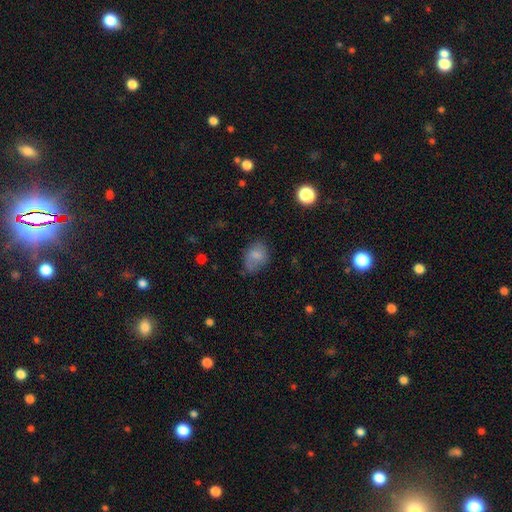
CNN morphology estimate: A smooth galaxy with no disk features (76%) that is in between round and cigar-shaped (70%).

Vote fractions:
- Smooth or featured? smooth: 76% / featured or disk: 14% / star or artifact: 10%
- How rounded? in between: 70% / round: 29% / cigar-shaped: 1%
- Merging? none: 55% / minor disturbance: 30% / major disturbance: 12% / merger: 4%